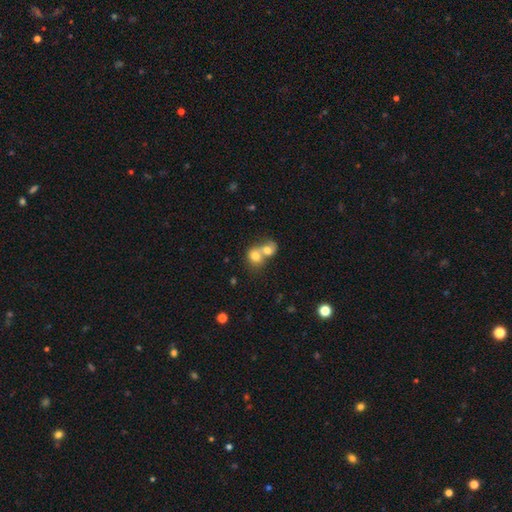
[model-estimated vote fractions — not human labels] This is likely a smooth galaxy (72%). How rounded: possibly round (60%). Merging: likely merger (76%).